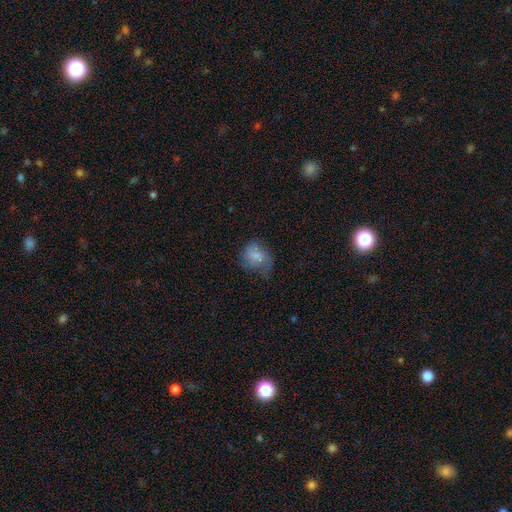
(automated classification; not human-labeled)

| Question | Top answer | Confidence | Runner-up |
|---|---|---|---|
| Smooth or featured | smooth | 68% | featured or disk (23%) |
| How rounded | round | 56% | in between (43%) |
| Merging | none | 43% | minor disturbance (32%) |